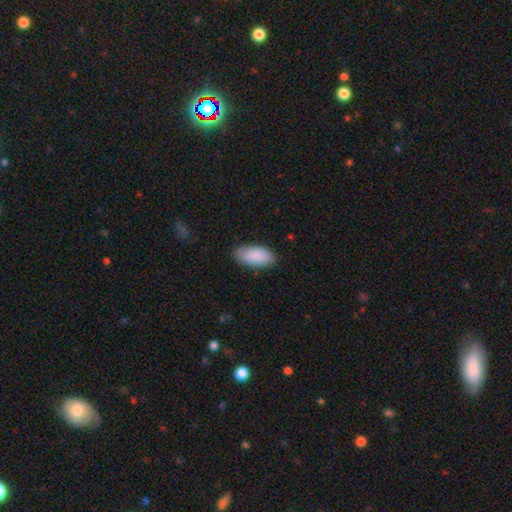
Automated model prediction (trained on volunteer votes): Smooth or featured: smooth — 89% (star or artifact — 6%)
How rounded: in between — 93% (cigar-shaped — 5%)
Merging: none — 83% (minor disturbance — 13%)